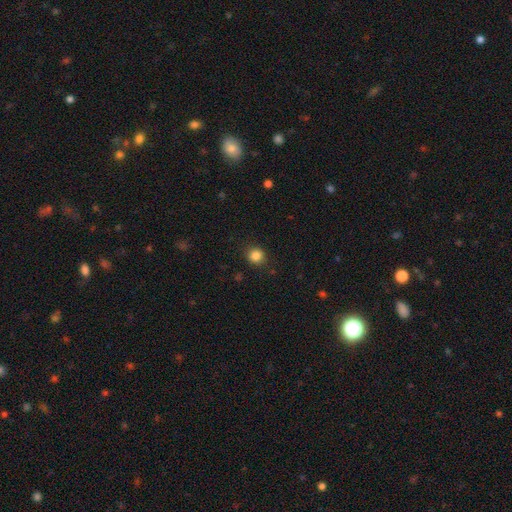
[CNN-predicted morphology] Smooth or featured: smooth — 85% (star or artifact — 11%)
How rounded: round — 86% (in between — 13%)
Merging: none — 88% (minor disturbance — 8%)